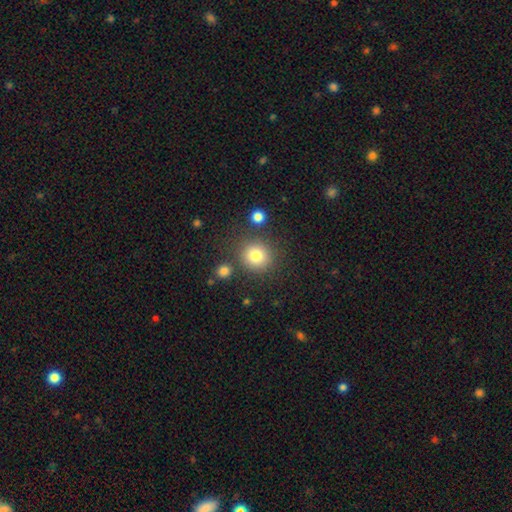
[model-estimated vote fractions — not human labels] A smooth galaxy with no disk features (81%) that is round (89%). Merging: none (81%).